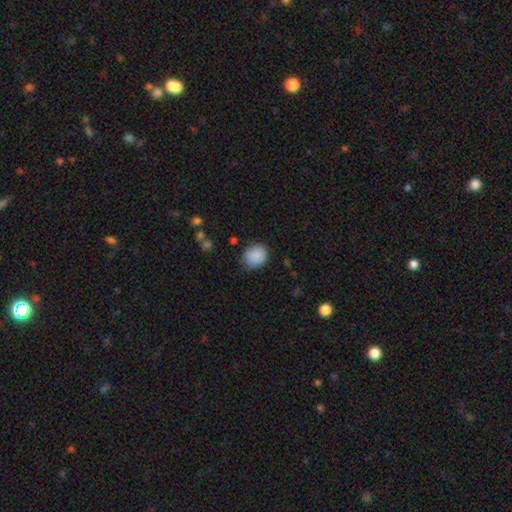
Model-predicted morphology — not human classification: A smooth galaxy with no disk features (89%) that is round (72%). Merging: none (83%).